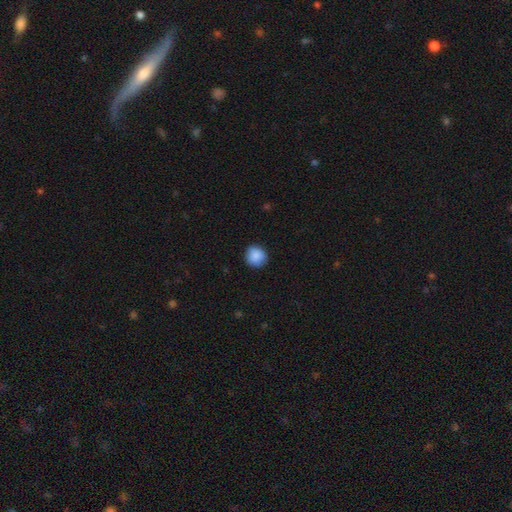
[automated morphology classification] Smooth or featured?
  - smooth: 88% *
  - star or artifact: 8%
  - featured or disk: 4%
How rounded?
  - round: 91% *
  - in between: 8%
  - cigar-shaped: 1%
Merging?
  - none: 88% *
  - minor disturbance: 9%
  - major disturbance: 2%
  - merger: 1%